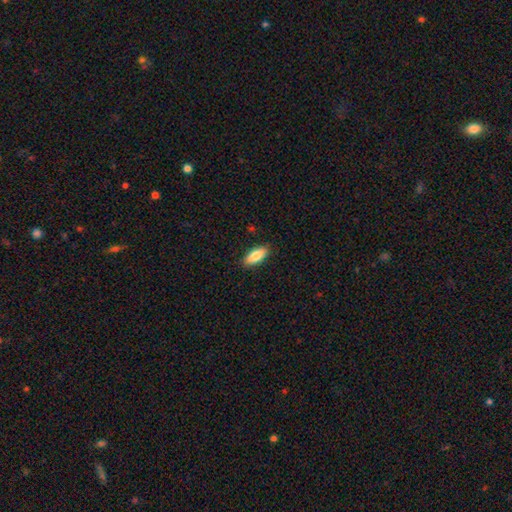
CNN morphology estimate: Overall: smooth (84%). How rounded: in between (78%). Merging: none (88%).